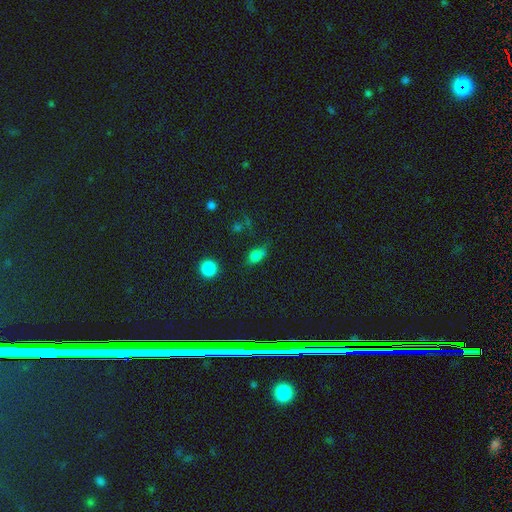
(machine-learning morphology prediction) smooth 78%, star or artifact 13%, featured or disk 9%. Down the decision tree: how rounded — in between (78%); merging — none (67%).